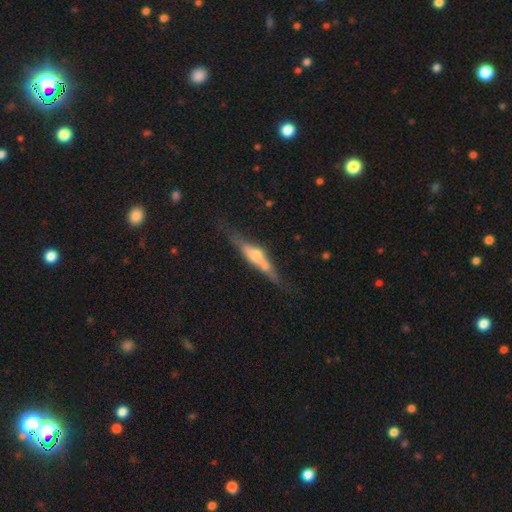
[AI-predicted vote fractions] Smooth or featured: featured or disk — 71% (smooth — 22%)
Edge-on disk: yes — 94% (no — 6%)
Edge-on bulge: rounded — 79% (boxy — 14%)
Merging: none — 69% (minor disturbance — 19%)